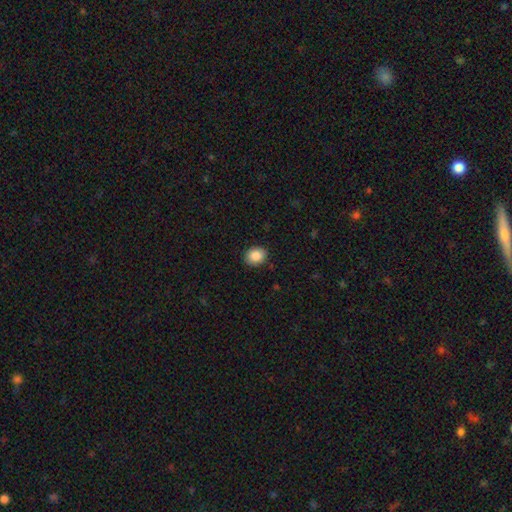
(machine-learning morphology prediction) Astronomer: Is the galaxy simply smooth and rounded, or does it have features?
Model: smooth — 87%.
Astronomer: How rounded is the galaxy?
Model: round — 50% (runner-up: in between, 49%).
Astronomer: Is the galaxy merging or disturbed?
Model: none — 89%.